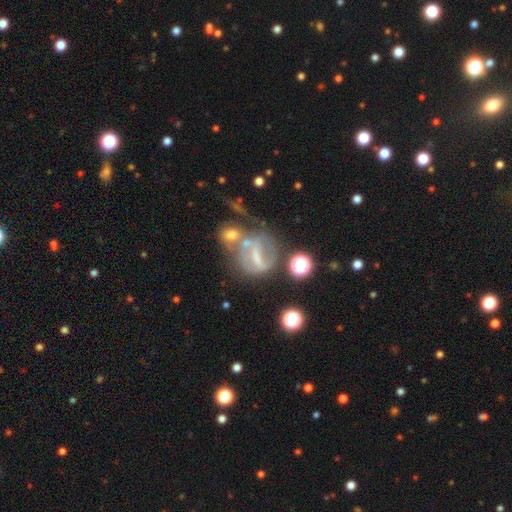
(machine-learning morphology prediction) smooth_or_featured: featured or disk (p=0.65) [alt: smooth p=0.18]
disk_edge_on: no (p=0.94) [alt: yes p=0.06]
bar: strong (p=0.51) [alt: weak p=0.32]
has_spiral_arms: yes (p=0.58) [alt: no p=0.42]
bulge_size: none (p=0.42) [alt: small p=0.33]
merging: merger (p=0.34) [alt: none p=0.31]